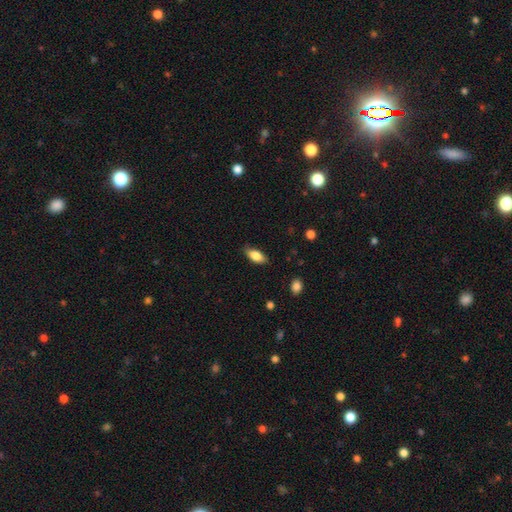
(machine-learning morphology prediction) A smooth galaxy with no disk features (82%) that is in between round and cigar-shaped (87%).

Vote fractions:
- Smooth or featured? smooth: 82% / featured or disk: 11% / star or artifact: 7%
- How rounded? in between: 87% / cigar-shaped: 10% / round: 3%
- Merging? none: 79% / minor disturbance: 17% / major disturbance: 3% / merger: 1%